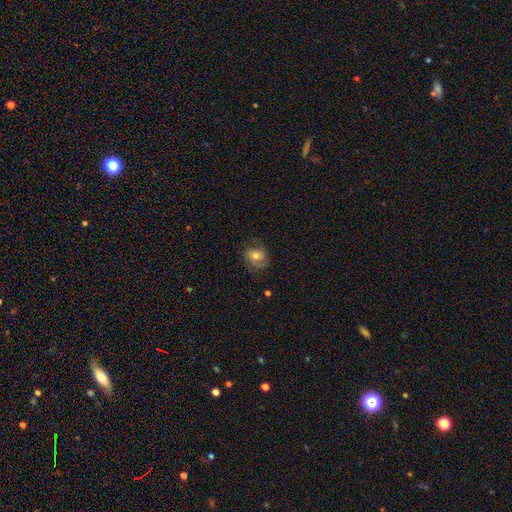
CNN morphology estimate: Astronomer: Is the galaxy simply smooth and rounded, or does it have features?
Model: smooth — 61%.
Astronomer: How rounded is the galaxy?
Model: round — 56% (runner-up: in between, 43%).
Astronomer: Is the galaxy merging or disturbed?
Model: none — 67%.